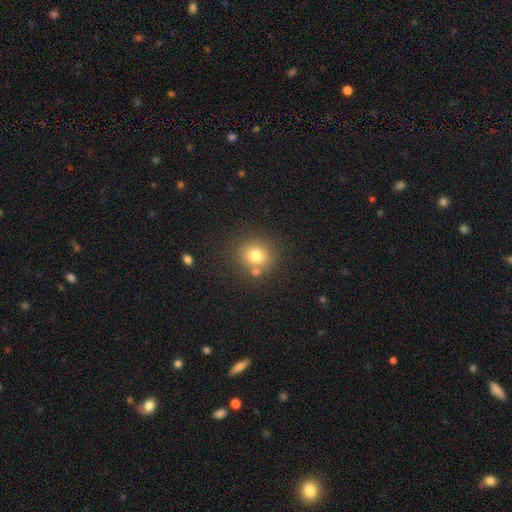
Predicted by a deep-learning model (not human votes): A smooth galaxy with no disk features (76%) that is round (85%).

Vote fractions:
- Smooth or featured? smooth: 76% / star or artifact: 13% / featured or disk: 11%
- How rounded? round: 85% / in between: 15% / cigar-shaped: 1%
- Merging? none: 72% / merger: 14% / minor disturbance: 10% / major disturbance: 4%